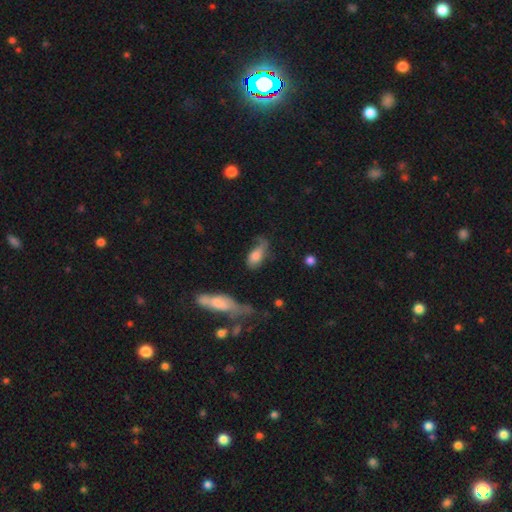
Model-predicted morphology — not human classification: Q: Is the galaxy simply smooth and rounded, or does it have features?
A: smooth — 67%.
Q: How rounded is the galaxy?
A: in between — 83%.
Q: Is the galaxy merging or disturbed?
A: minor disturbance — 34%.